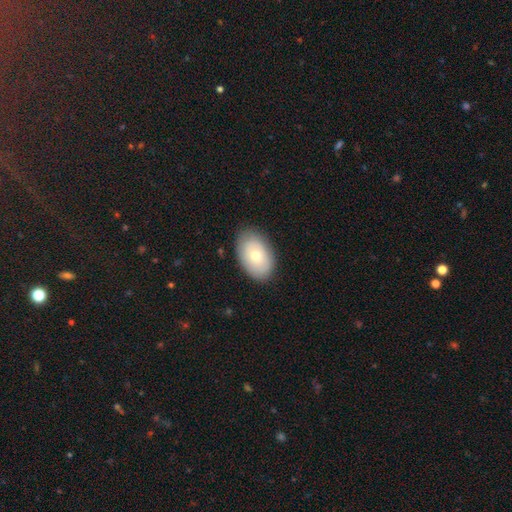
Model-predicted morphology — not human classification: Smooth or featured? smooth (66%)
How rounded? in between (88%)
Merging? none (83%)